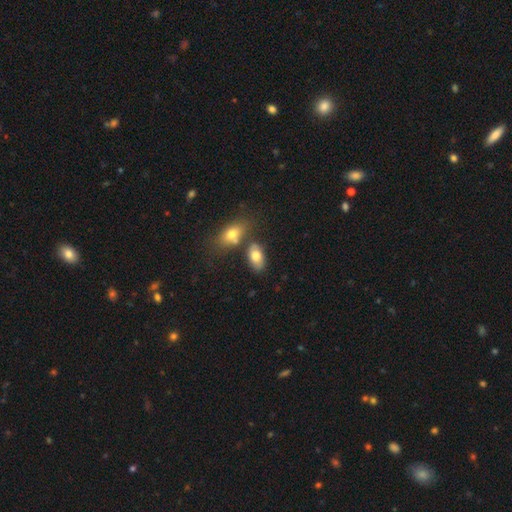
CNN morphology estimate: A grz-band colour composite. It shows a smooth galaxy with no disk features (78%) that is in between round and cigar-shaped (91%). Merging: none (61%).